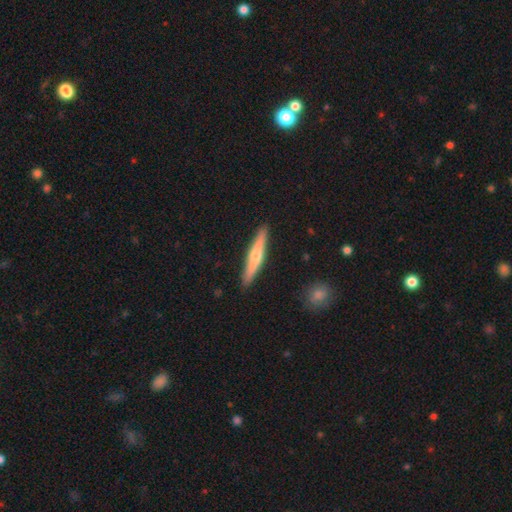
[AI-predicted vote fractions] smooth-or-featured: featured or disk: 53% | smooth: 42% | star or artifact: 5%
  disk-edge-on: yes: 95% | no: 5%
    edge-on-bulge: rounded: 86% | none: 10% | boxy: 4%
  merging: none: 91% | minor disturbance: 7% | major disturbance: 1% | merger: 1%